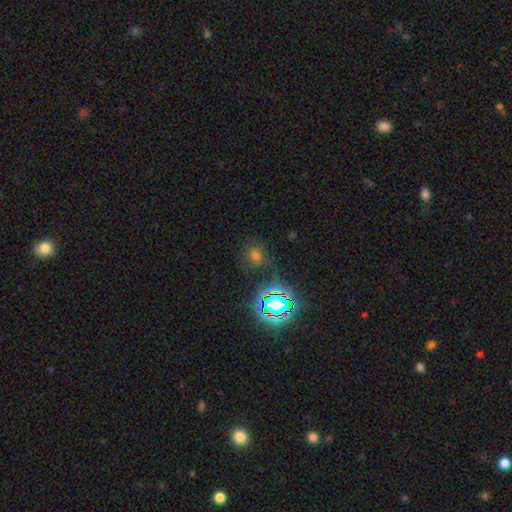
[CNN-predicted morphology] smooth 52%, star or artifact 38%, featured or disk 10%. Down the decision tree: how rounded — round (51%); merging — none (73%).